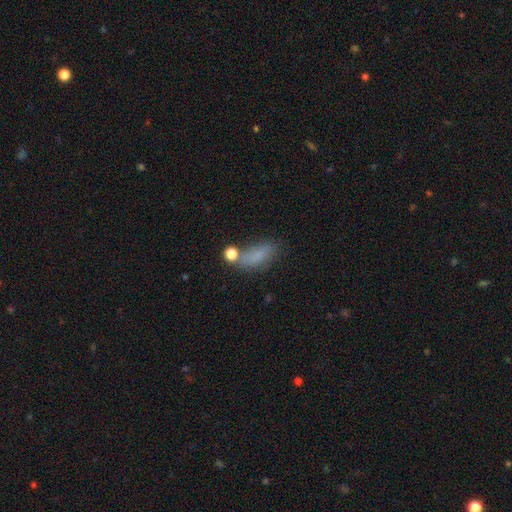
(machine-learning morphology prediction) type=smooth (71%); roundness=in between (77%); merging=none (51%).